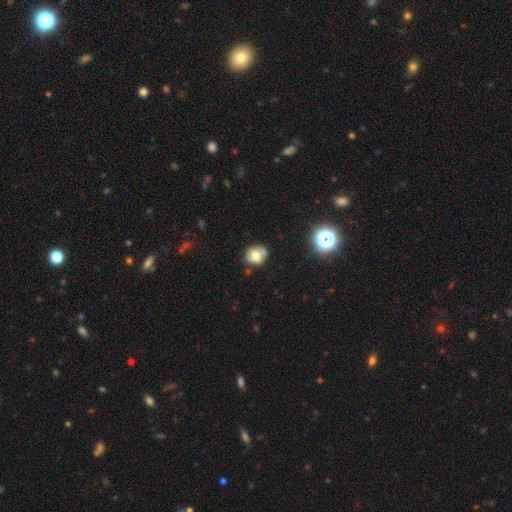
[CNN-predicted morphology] smooth 67%, featured or disk 20%, star or artifact 12%. Down the decision tree: how rounded — round (72%); merging — none (59%).